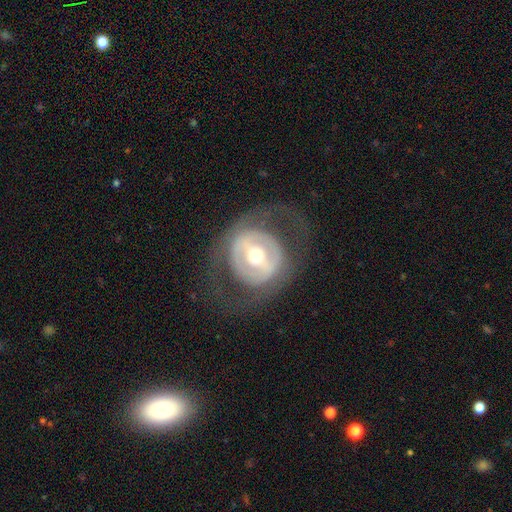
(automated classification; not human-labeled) Q: Smooth or featured?
A: featured or disk (70%); runner-up: smooth (24%)
Q: Edge-on disk?
A: no (94%); runner-up: yes (6%)
Q: Bar?
A: strong (41%); runner-up: weak (31%)
Q: Spiral arms?
A: no (73%); runner-up: yes (27%)
Q: Bulge size?
A: moderate (71%); runner-up: small (15%)
Q: Merging?
A: none (71%); runner-up: major disturbance (16%)